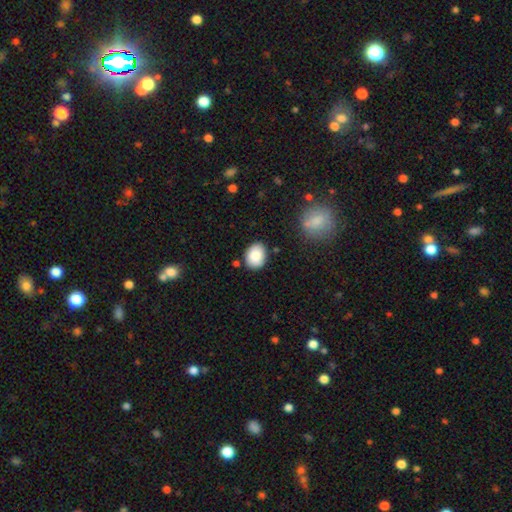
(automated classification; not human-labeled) This appears to be a smooth galaxy with no disk features (85%) that is in between round and cigar-shaped (61%). Merging: none (83%).